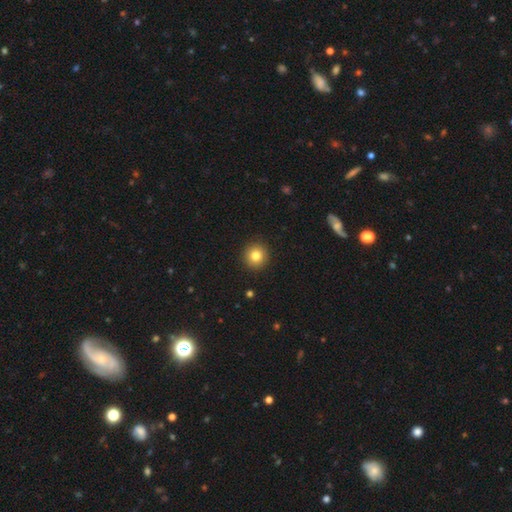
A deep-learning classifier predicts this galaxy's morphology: Smooth or featured: smooth — 81% (star or artifact — 11%)
How rounded: round — 94% (in between — 5%)
Merging: none — 92% (minor disturbance — 5%)